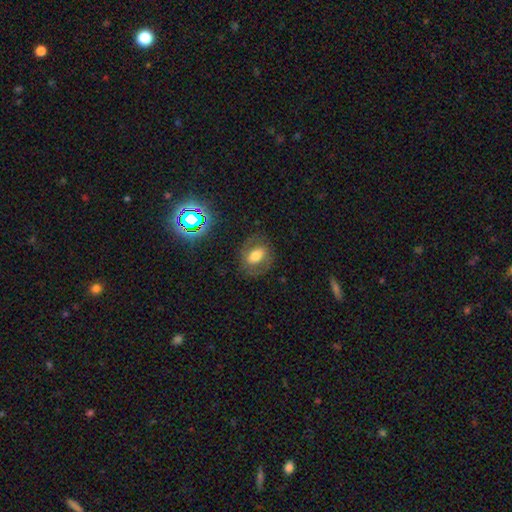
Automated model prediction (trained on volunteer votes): This is possibly a smooth galaxy (50%). How rounded: likely in between (62%). Merging: likely none (76%).